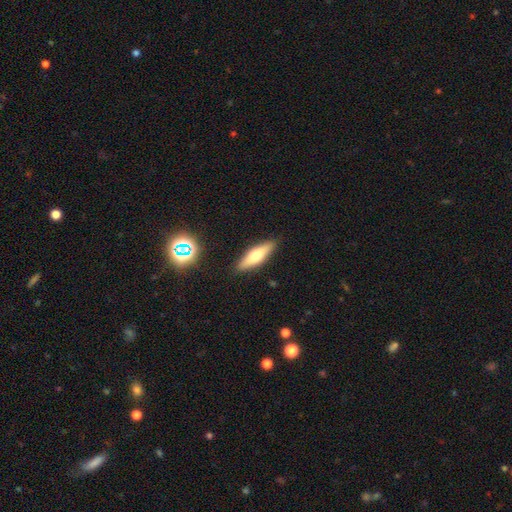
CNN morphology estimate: A smooth galaxy with no disk features (56%) that is cigar-shaped (59%).

Vote fractions:
- Smooth or featured? smooth: 56% / featured or disk: 36% / star or artifact: 8%
- How rounded? cigar-shaped: 59% / in between: 39% / round: 2%
- Merging? none: 88% / minor disturbance: 8% / major disturbance: 2% / merger: 1%